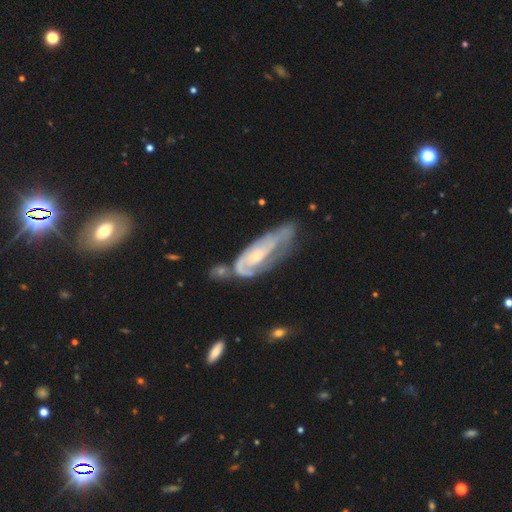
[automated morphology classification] type=featured or disk (78%); edge-on=no (89%); bar=no (61%); spiral arms=yes (88%); winding=tight (52%); arm count=2 (45%); bulge=small (63%); merging=none (40%).